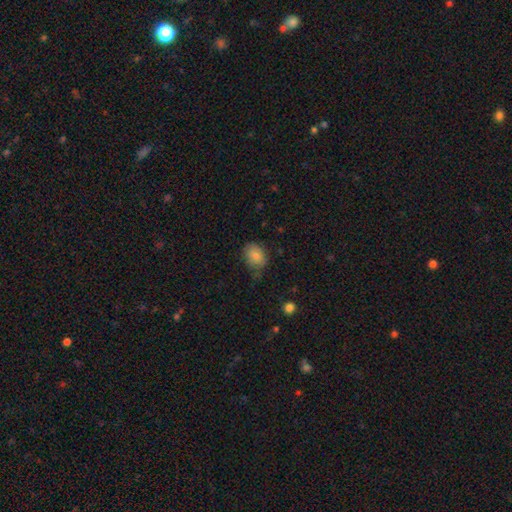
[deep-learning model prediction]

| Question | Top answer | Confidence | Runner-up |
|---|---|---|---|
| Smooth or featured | smooth | 79% | featured or disk (13%) |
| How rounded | in between | 68% | round (31%) |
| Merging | none | 61% | minor disturbance (29%) |